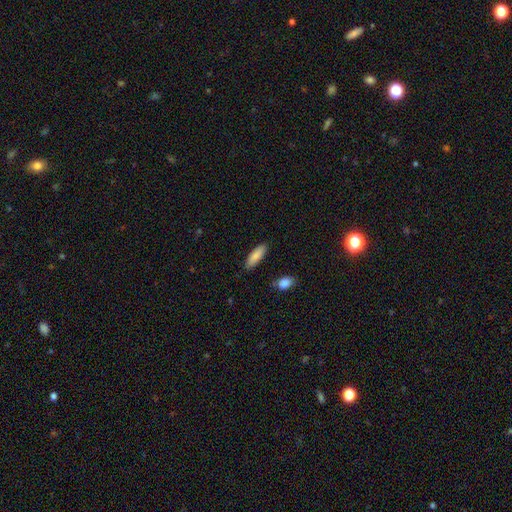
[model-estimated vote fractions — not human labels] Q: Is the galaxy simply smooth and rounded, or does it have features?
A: smooth — 87%.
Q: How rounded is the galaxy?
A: in between — 60%.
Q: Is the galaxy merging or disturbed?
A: none — 86%.